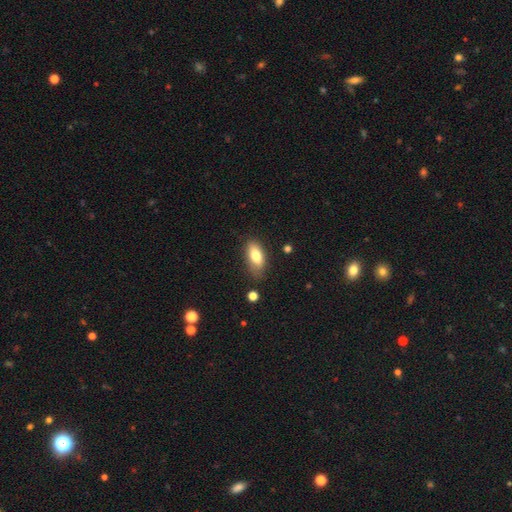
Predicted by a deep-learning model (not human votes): smooth_or_featured: smooth (p=0.77) [alt: featured or disk p=0.15]
how_rounded: in between (p=0.86) [alt: cigar-shaped p=0.10]
merging: none (p=0.77) [alt: minor disturbance p=0.17]